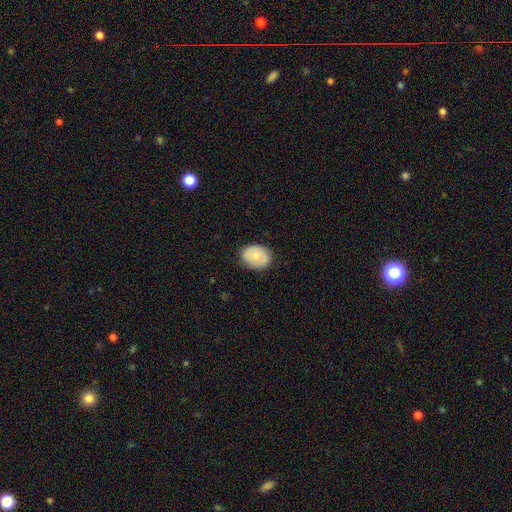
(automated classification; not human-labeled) This is likely a smooth galaxy (61%). How rounded: likely in between (61%). Merging: clearly none (82%).